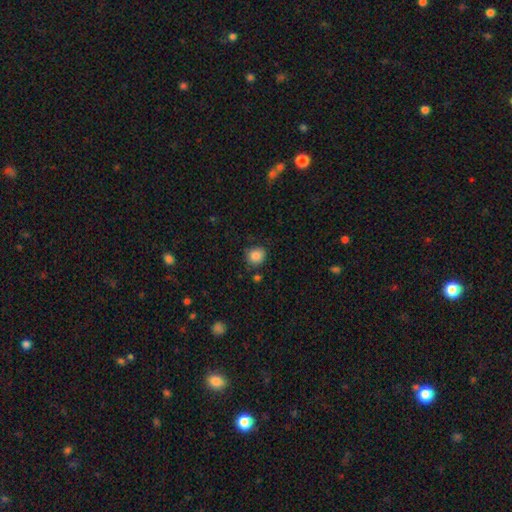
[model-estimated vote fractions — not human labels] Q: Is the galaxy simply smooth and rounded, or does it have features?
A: smooth — 86%.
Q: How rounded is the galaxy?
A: round — 85%.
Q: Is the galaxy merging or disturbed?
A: none — 81%.